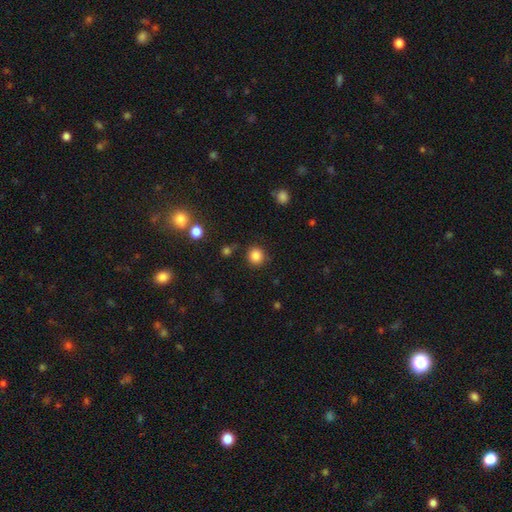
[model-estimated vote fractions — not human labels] Smooth or featured: smooth — 85% (star or artifact — 11%)
How rounded: round — 91% (in between — 8%)
Merging: none — 87% (minor disturbance — 7%)